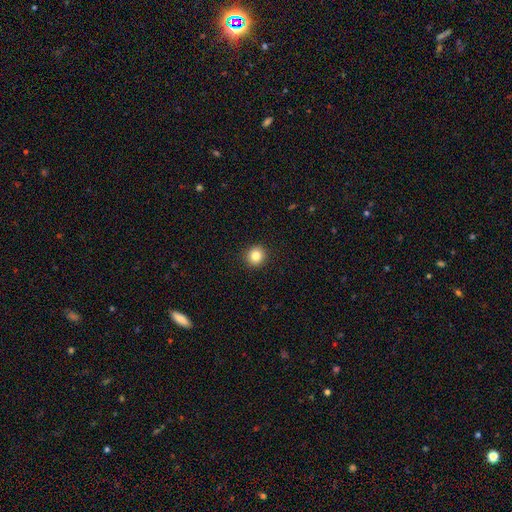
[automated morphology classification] smooth_or_featured: smooth (p=0.83) [alt: star or artifact p=0.11]
how_rounded: round (p=0.92) [alt: in between p=0.07]
merging: none (p=0.93) [alt: minor disturbance p=0.05]